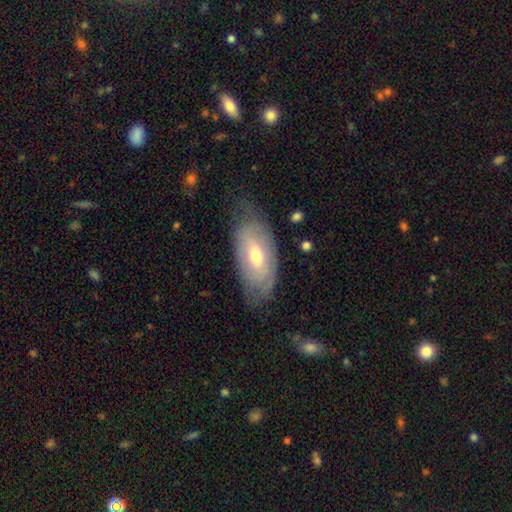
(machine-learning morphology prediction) Q: Smooth or featured?
A: smooth (47%); runner-up: featured or disk (46%)
Q: Merging?
A: none (65%); runner-up: minor disturbance (25%)